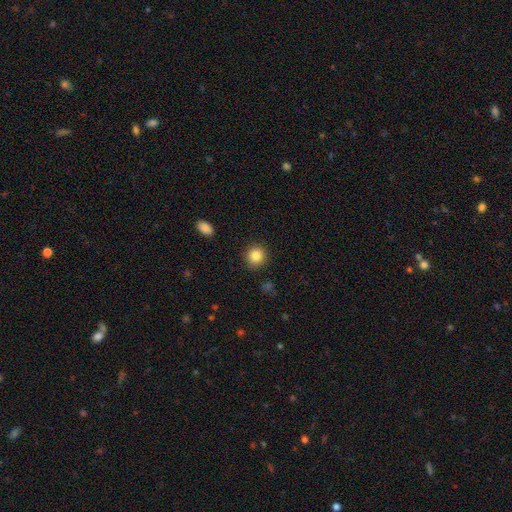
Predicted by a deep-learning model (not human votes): A smooth galaxy with no disk features (85%) that is round (90%). Merging: none (90%).